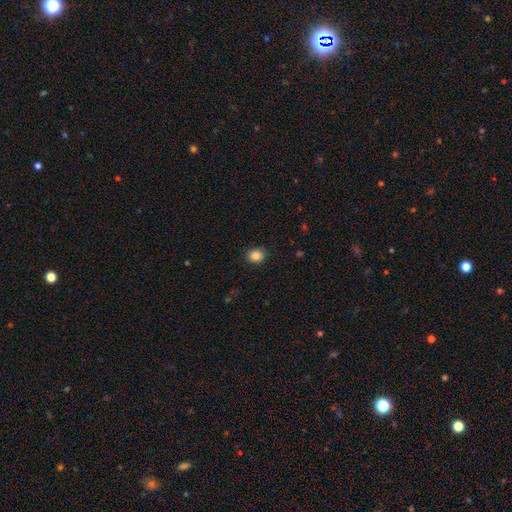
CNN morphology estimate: The model was most divided on "how rounded": round: 69%, in between: 30%, cigar-shaped: 1%. More confident: merging — none (88%); smooth or featured — smooth (87%).